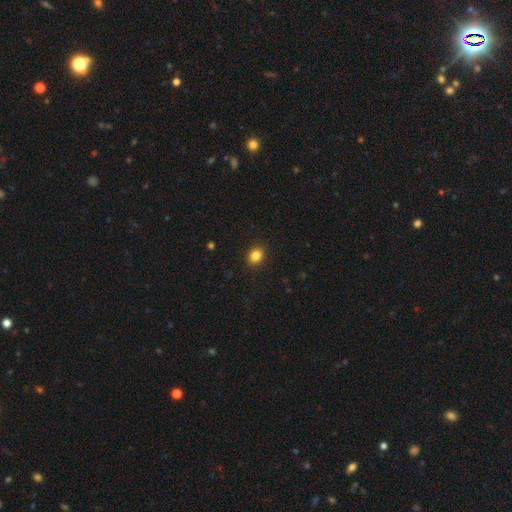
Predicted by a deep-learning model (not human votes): Smooth or featured? smooth (85%)
How rounded? in between (50%)
Merging? none (91%)